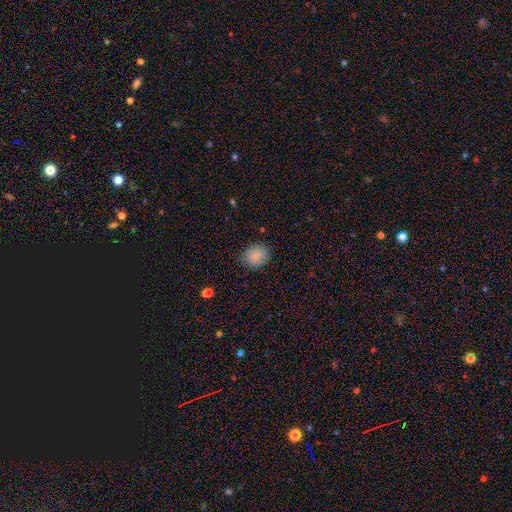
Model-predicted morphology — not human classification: smooth_or_featured: smooth (p=0.85) [alt: star or artifact p=0.09]
how_rounded: round (p=0.72) [alt: in between p=0.27]
merging: none (p=0.82) [alt: minor disturbance p=0.13]